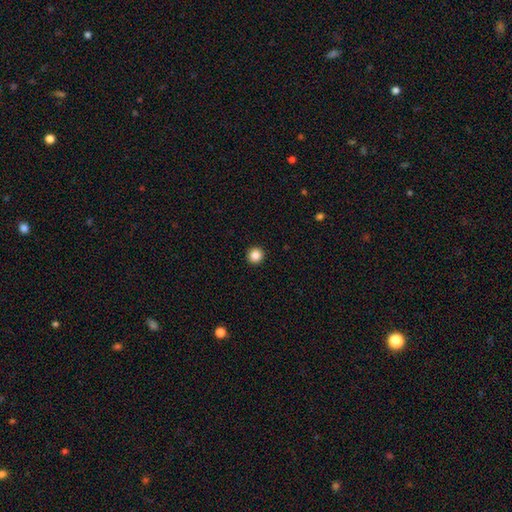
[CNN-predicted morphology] Smooth or featured?
  - smooth: 86% *
  - star or artifact: 10%
  - featured or disk: 3%
How rounded?
  - round: 96% *
  - in between: 3%
  - cigar-shaped: 1%
Merging?
  - none: 94% *
  - minor disturbance: 4%
  - major disturbance: 1%
  - merger: 1%